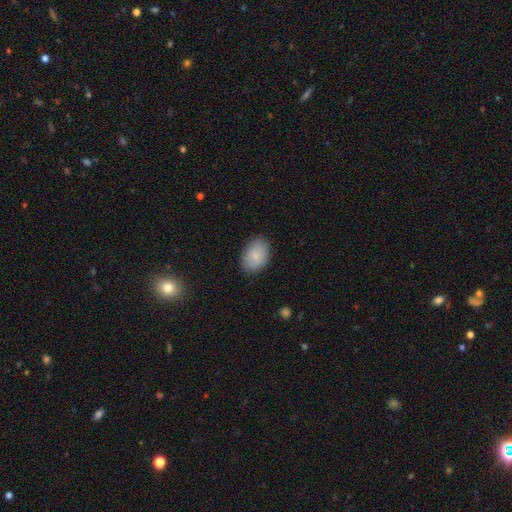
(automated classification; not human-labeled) A smooth galaxy with no disk features (85%) that is in between round and cigar-shaped (84%).

Vote fractions:
- Smooth or featured? smooth: 85% / featured or disk: 8% / star or artifact: 7%
- How rounded? in between: 84% / round: 15% / cigar-shaped: 1%
- Merging? none: 86% / minor disturbance: 10% / major disturbance: 2% / merger: 1%